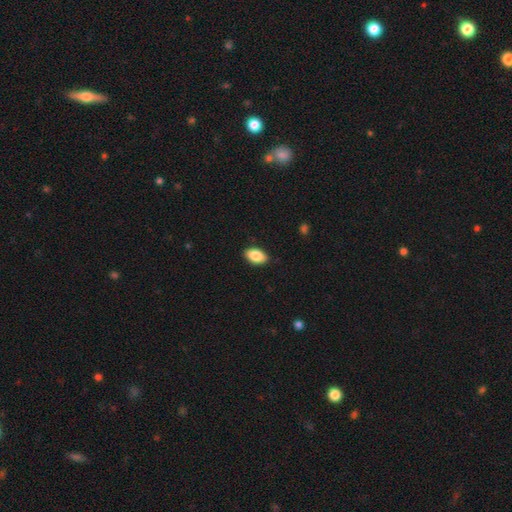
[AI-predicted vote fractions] A smooth galaxy with no disk features (86%) that is in between round and cigar-shaped (93%). Merging: none (88%).